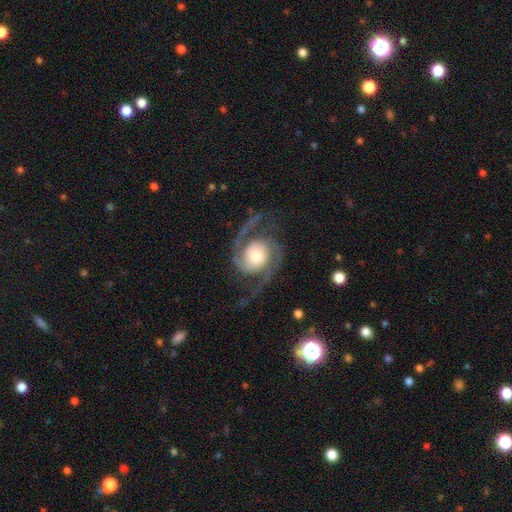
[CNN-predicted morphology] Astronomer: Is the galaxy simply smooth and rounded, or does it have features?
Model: featured or disk — 92%.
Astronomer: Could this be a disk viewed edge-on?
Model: no — 98%.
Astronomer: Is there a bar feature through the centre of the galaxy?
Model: no — 72%.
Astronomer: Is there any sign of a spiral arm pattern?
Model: yes — 98%.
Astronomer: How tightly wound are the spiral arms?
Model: medium — 53%.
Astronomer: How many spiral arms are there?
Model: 2 — 92%.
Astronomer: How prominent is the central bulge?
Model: large — 49%.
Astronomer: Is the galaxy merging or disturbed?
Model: none — 75%.